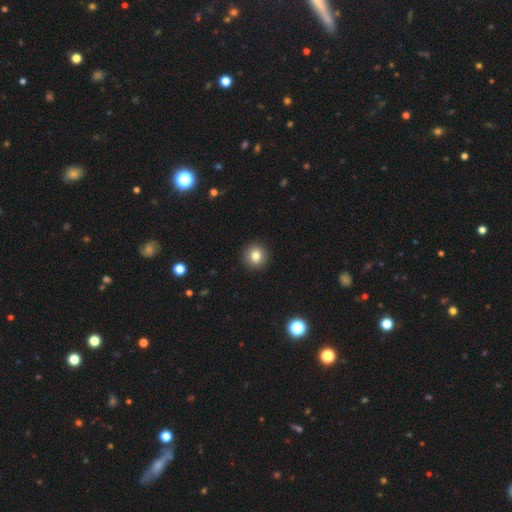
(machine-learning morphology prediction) type=smooth (81%); roundness=round (94%); merging=none (93%).